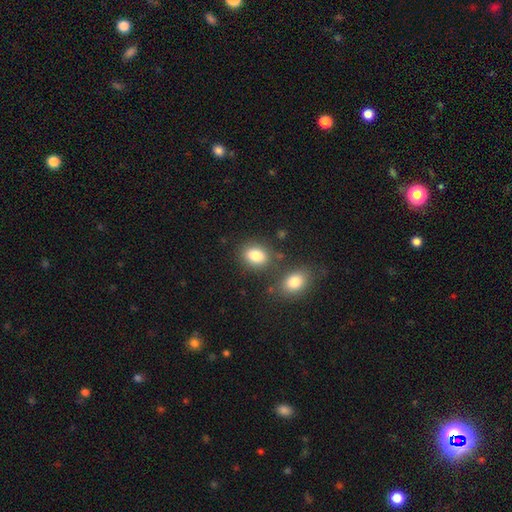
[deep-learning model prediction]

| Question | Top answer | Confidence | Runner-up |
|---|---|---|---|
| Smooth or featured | smooth | 83% | star or artifact (9%) |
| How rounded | in between | 67% | round (31%) |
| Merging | none | 73% | merger (12%) |